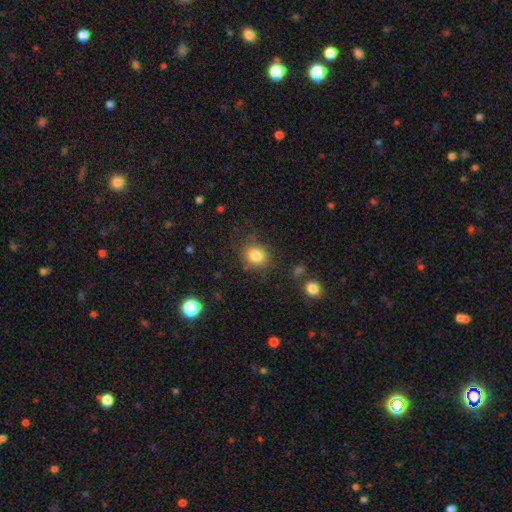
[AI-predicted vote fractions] smooth 83%, star or artifact 11%, featured or disk 7%. Down the decision tree: how rounded — round (75%); merging — none (81%).